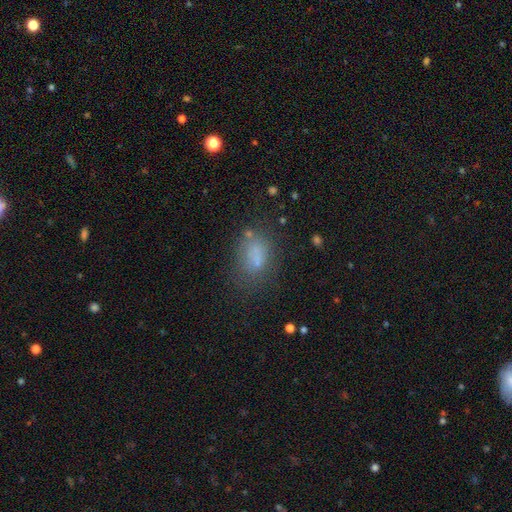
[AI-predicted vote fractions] Morphology: type=smooth (70%); roundness=in between (82%); merging=none (56%).